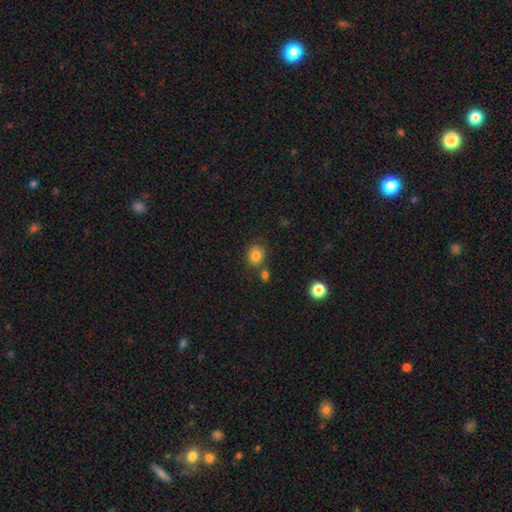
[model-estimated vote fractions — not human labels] Morphology: type=smooth (82%); roundness=round (68%); merging=none (70%).